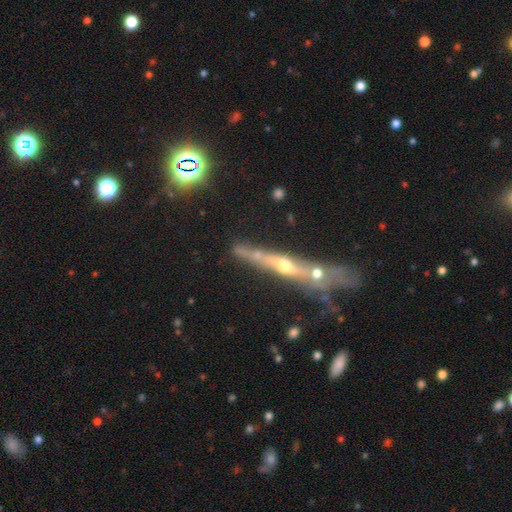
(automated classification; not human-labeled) Smooth or featured: featured or disk — 63% (smooth — 22%)
Edge-on disk: yes — 84% (no — 16%)
Edge-on bulge: rounded — 80% (none — 14%)
Merging: none — 55% (merger — 24%)